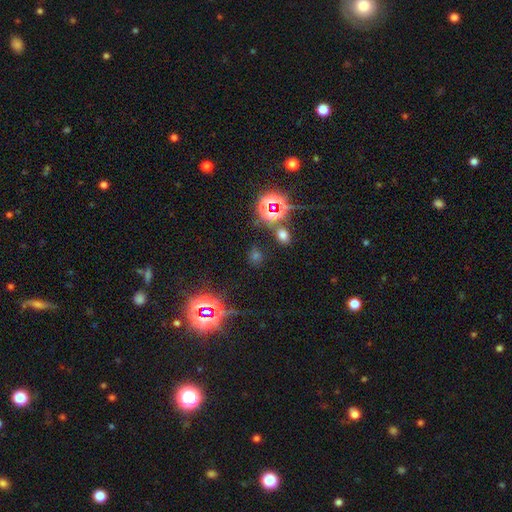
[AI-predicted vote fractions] Overall: star or artifact (60%; smooth 32%).